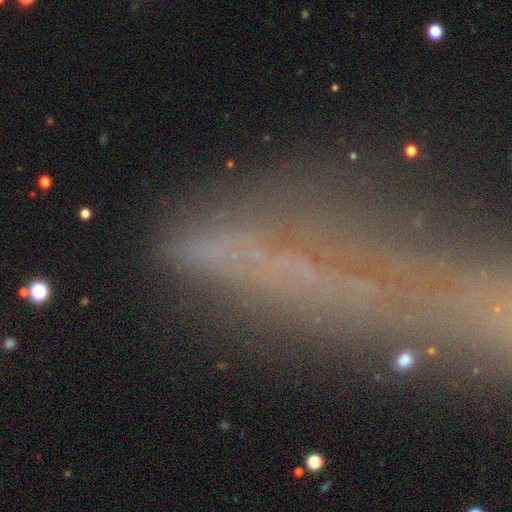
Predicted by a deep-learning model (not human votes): Smooth or featured?
  - star or artifact: 37% * (tied)
  - featured or disk: 37% * (tied)
  - smooth: 26%